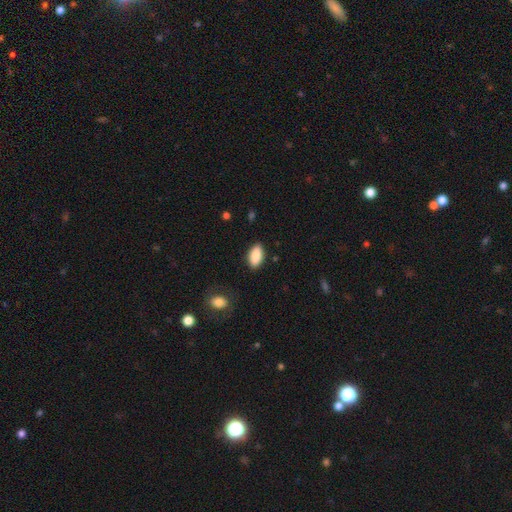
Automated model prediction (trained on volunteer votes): Q: Smooth or featured?
A: smooth (88%); runner-up: star or artifact (7%)
Q: How rounded?
A: in between (91%); runner-up: cigar-shaped (6%)
Q: Merging?
A: none (85%); runner-up: minor disturbance (11%)